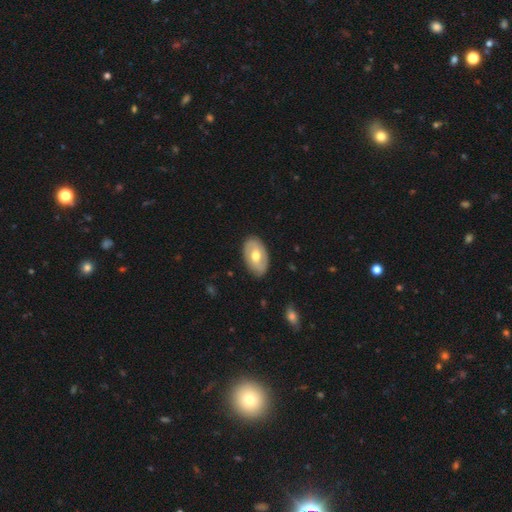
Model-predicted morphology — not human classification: This is possibly a featured or disk galaxy (48%). Merging: clearly none (84%).